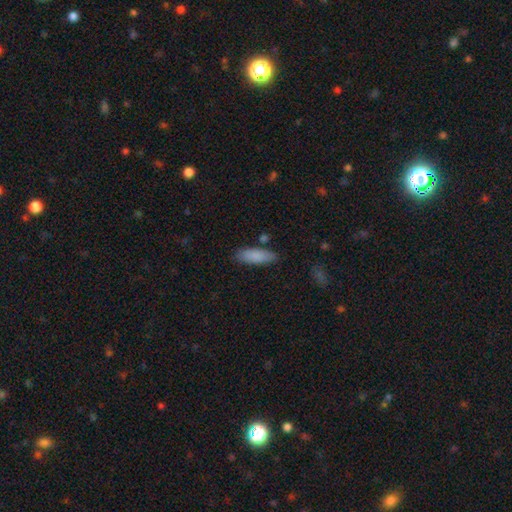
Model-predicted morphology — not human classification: This appears to be a smooth galaxy with no disk features (86%) that is in between round and cigar-shaped (60%). Merging: none (81%).